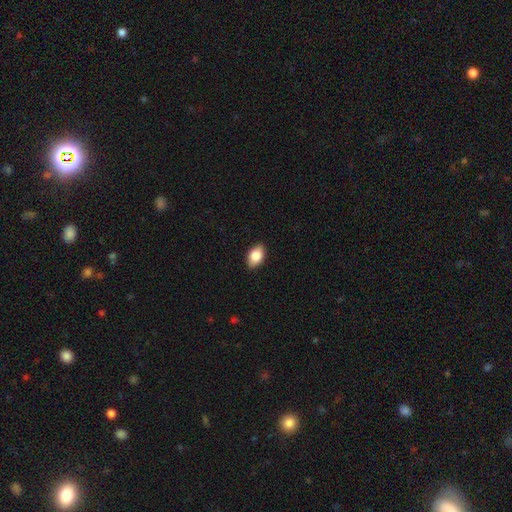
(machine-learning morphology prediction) Smooth or featured? Predicted: smooth (p=0.83). How rounded? Predicted: in between (p=0.89). Merging? Predicted: none (p=0.88).